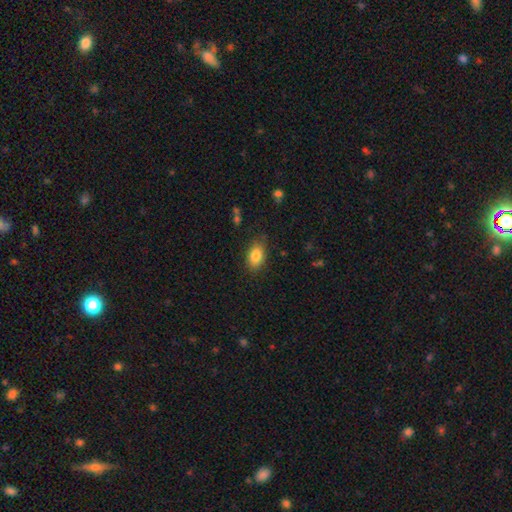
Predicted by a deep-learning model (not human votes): smooth 84%, star or artifact 8%, featured or disk 8%. Down the decision tree: how rounded — in between (88%); merging — none (84%).